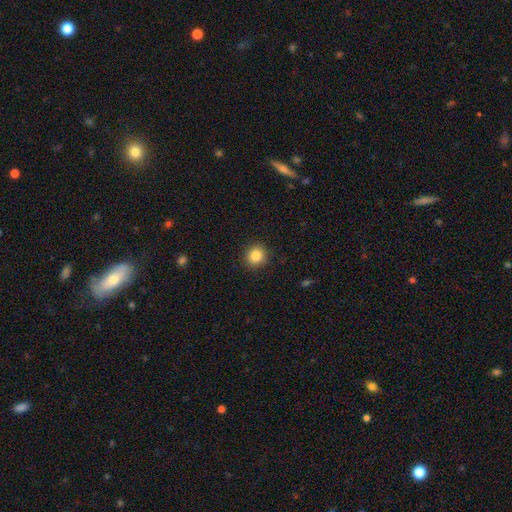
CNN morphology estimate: smooth-or-featured: smooth: 85% | star or artifact: 10% | featured or disk: 5%
  how-rounded: round: 90% | in between: 9% | cigar-shaped: 1%
  merging: none: 91% | minor disturbance: 6% | major disturbance: 2% | merger: 1%